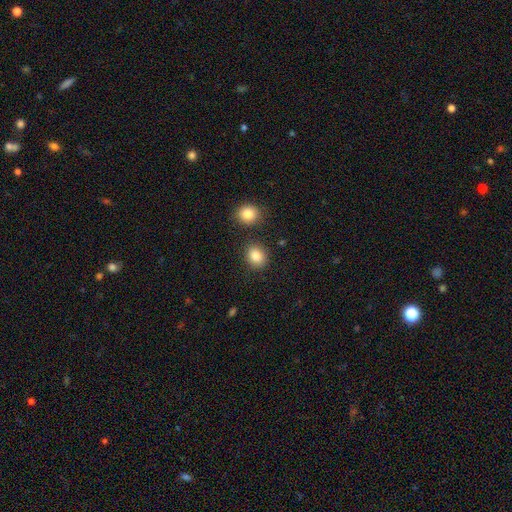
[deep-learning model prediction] Overall: smooth (85%). How rounded: round (69%; in between 30%). Merging: none (84%).